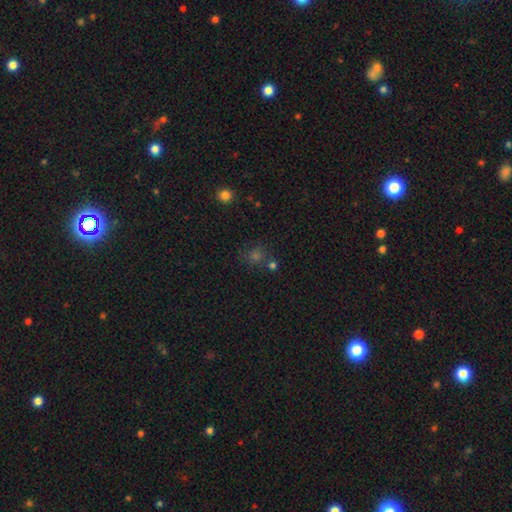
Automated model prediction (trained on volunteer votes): Smooth or featured? smooth (53%)
How rounded? round (83%)
Merging? none (69%)